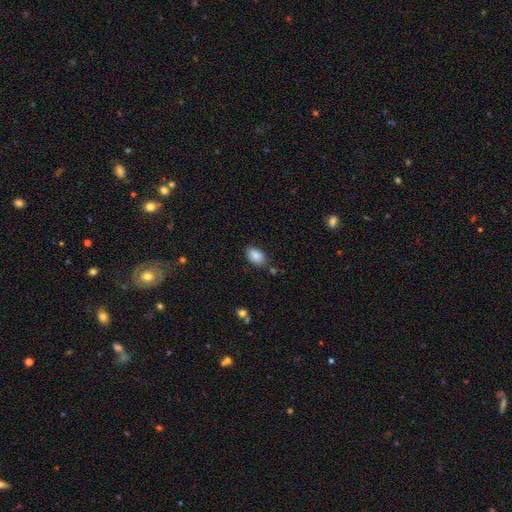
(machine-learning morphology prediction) smooth 88%, star or artifact 8%, featured or disk 5%. Down the decision tree: how rounded — in between (89%); merging — none (75%).